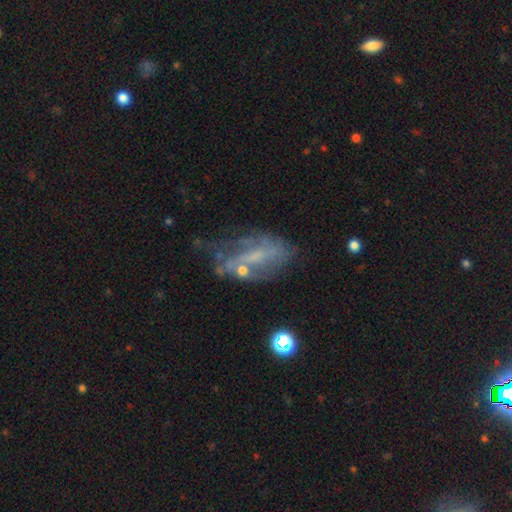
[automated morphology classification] featured or disk 63%, smooth 23%, star or artifact 13%. Down the decision tree: edge-on disk — no (90%); bar — no (50%); spiral arms — no (53%); bulge size — small (48%); merging — none (40%).